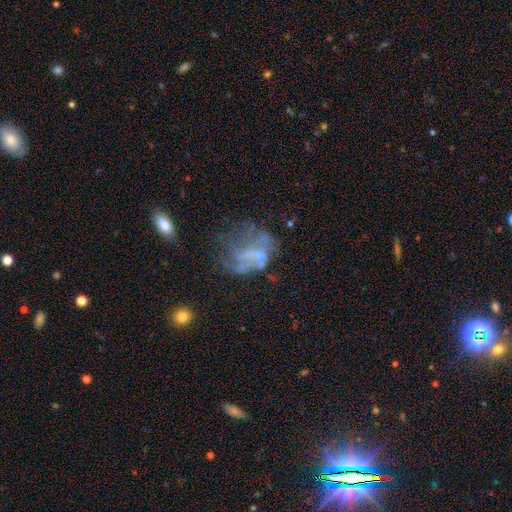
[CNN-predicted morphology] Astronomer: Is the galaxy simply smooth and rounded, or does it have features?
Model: featured or disk — 57%.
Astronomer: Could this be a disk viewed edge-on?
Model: no — 97%.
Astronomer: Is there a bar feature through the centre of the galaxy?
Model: no — 64%.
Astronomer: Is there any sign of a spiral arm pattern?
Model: no — 75%.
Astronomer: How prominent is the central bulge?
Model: none — 61%.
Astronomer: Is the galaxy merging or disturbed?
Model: major disturbance — 41% (runner-up: none, 33%).